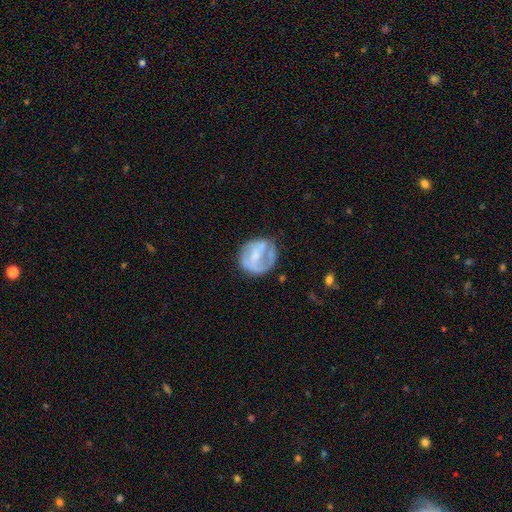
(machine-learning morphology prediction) featured or disk 58%, smooth 34%, star or artifact 7%. Down the decision tree: edge-on disk — no (97%); bar — no (41%); spiral arms — yes (51%); bulge size — small (33%); merging — none (51%).